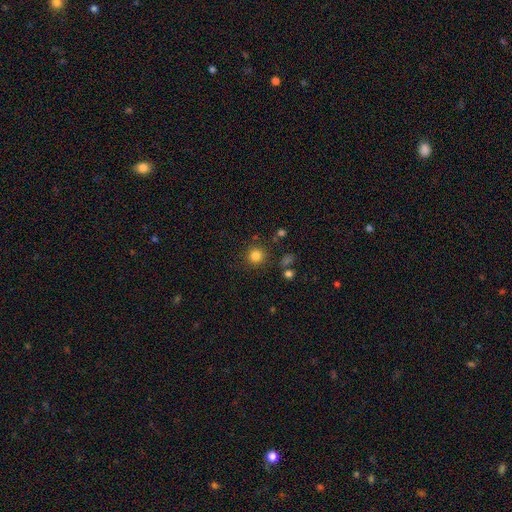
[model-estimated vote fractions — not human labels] This is clearly a smooth galaxy (82%). How rounded: clearly round (93%). Merging: clearly none (86%).